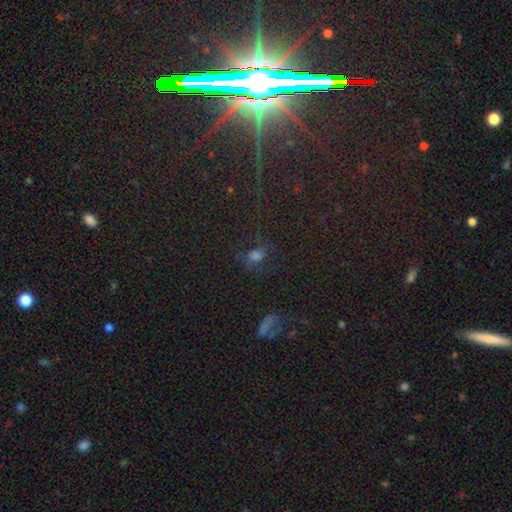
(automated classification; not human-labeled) Morphology: type=smooth (41%); merging=none (62%).